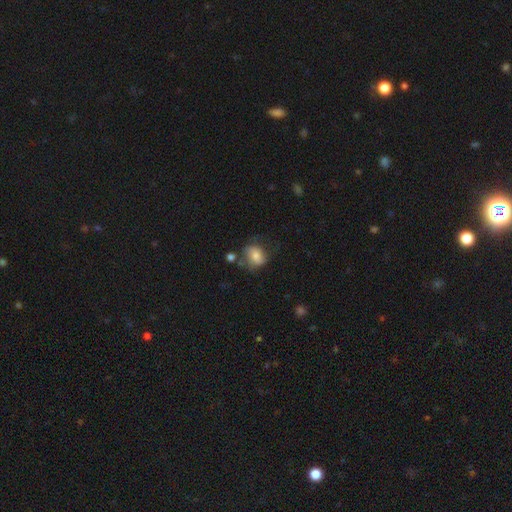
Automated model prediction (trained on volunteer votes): Q: Smooth or featured?
A: smooth (68%); runner-up: featured or disk (23%)
Q: How rounded?
A: round (55%); runner-up: in between (43%)
Q: Merging?
A: none (51%); runner-up: minor disturbance (26%)